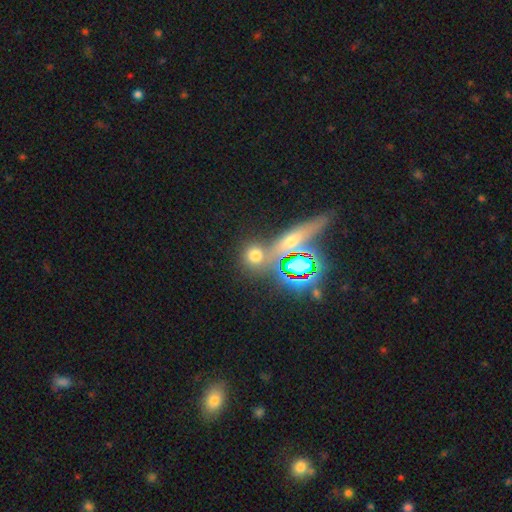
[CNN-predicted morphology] Smooth or featured: smooth — 62% (star or artifact — 27%)
How rounded: round — 85% (in between — 12%)
Merging: none — 66% (merger — 20%)